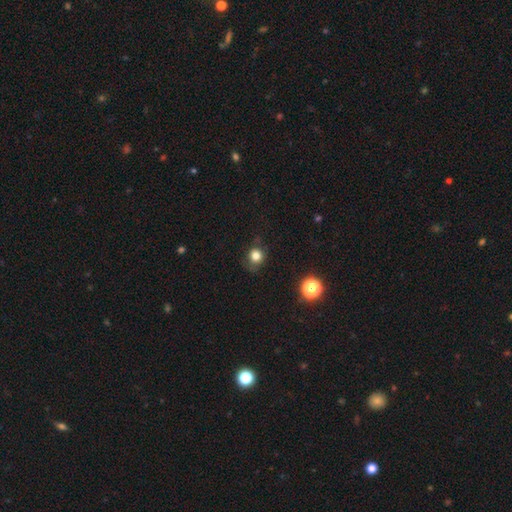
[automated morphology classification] This is likely a smooth galaxy (78%). How rounded: clearly round (83%). Merging: likely none (70%).